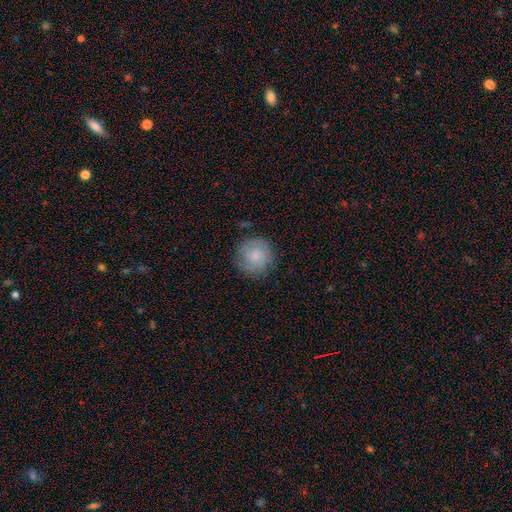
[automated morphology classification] type=smooth (70%); roundness=round (94%); merging=none (81%).